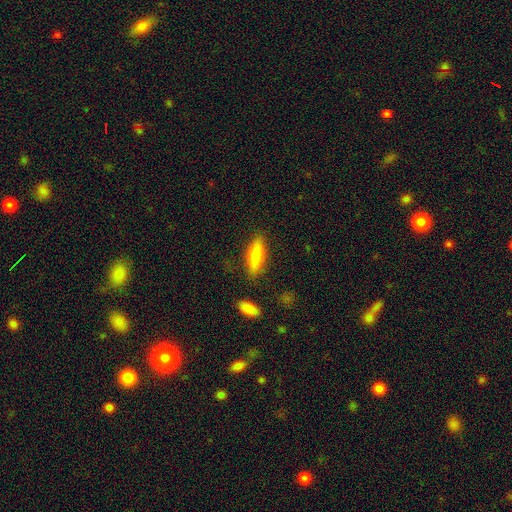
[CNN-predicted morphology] Smooth or featured: smooth — 69% (featured or disk — 25%)
How rounded: cigar-shaped — 49% (tied with in between — 49%)
Merging: none — 82% (minor disturbance — 12%)